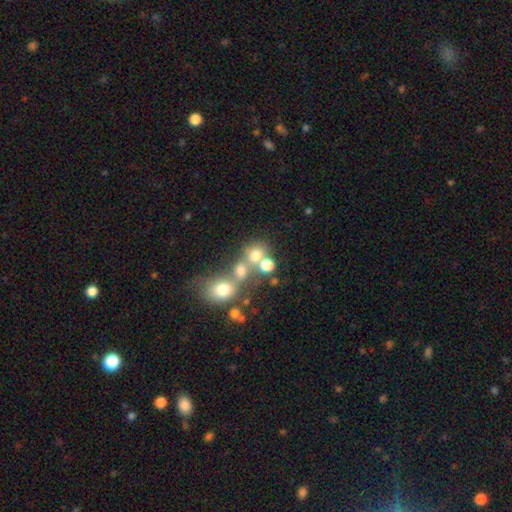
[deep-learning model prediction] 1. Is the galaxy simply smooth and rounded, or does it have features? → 68% smooth, 18% star or artifact, 15% featured or disk.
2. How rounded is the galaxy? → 72% round, 26% in between, 1% cigar-shaped.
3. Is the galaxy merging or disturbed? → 43% none, 42% merger, 9% minor disturbance, 6% major disturbance.